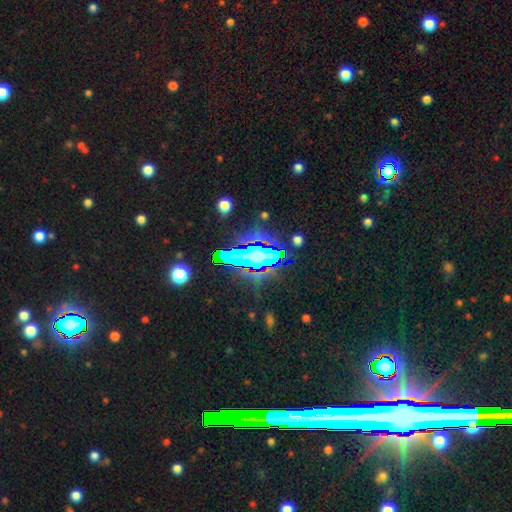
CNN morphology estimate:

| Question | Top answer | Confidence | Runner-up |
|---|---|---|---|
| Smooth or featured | star or artifact | 60% | smooth (23%) |